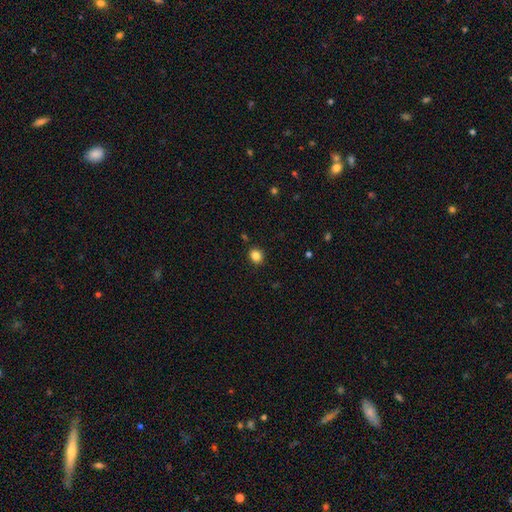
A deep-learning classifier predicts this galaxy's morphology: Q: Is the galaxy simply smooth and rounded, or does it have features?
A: smooth — 85%.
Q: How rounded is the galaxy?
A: round — 72%.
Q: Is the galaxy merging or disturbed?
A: none — 88%.